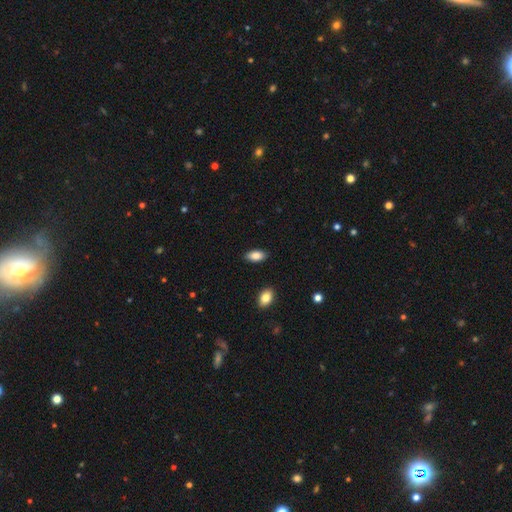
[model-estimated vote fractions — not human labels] Q: Smooth or featured?
A: smooth (84%); runner-up: featured or disk (9%)
Q: How rounded?
A: in between (92%); runner-up: cigar-shaped (5%)
Q: Merging?
A: none (88%); runner-up: minor disturbance (9%)